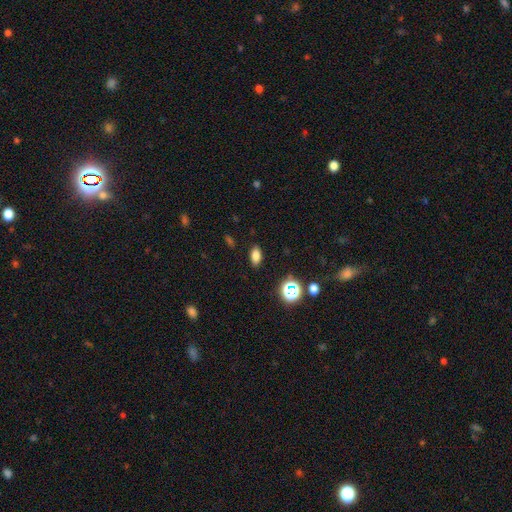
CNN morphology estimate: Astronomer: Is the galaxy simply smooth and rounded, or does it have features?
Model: smooth — 77%.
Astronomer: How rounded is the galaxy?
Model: in between — 86%.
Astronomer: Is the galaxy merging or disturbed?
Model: none — 88%.